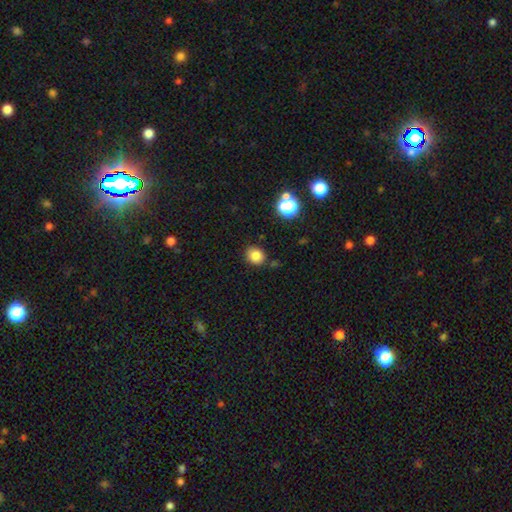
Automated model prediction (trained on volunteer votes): Q: Smooth or featured?
A: smooth (81%); runner-up: star or artifact (13%)
Q: How rounded?
A: round (72%); runner-up: in between (27%)
Q: Merging?
A: none (83%); runner-up: minor disturbance (11%)